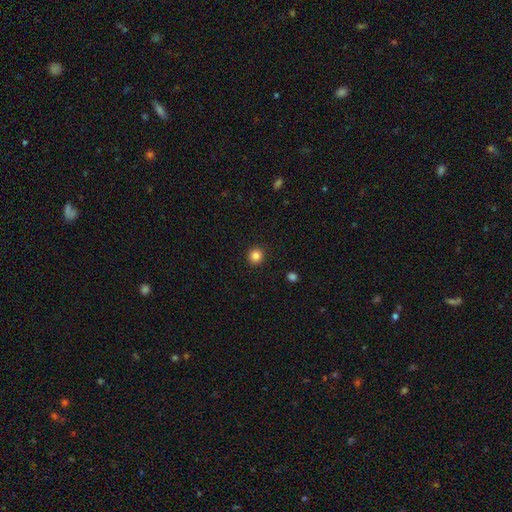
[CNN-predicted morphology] type=smooth (85%); roundness=round (90%); merging=none (92%).